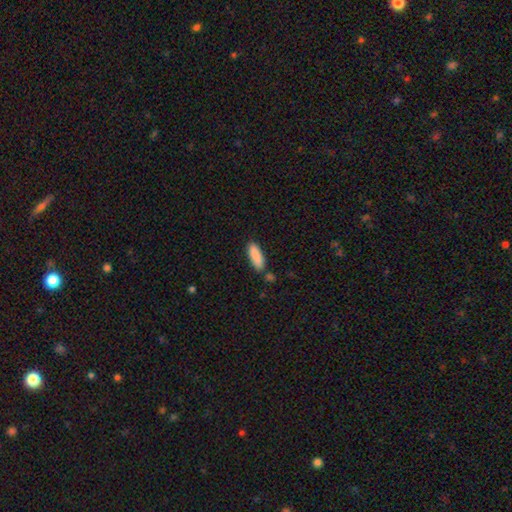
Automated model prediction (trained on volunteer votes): A smooth galaxy with no disk features (89%) that is in between round and cigar-shaped (53%).

Vote fractions:
- Smooth or featured? smooth: 89% / star or artifact: 6% / featured or disk: 5%
- How rounded? in between: 53% / cigar-shaped: 46% / round: 2%
- Merging? none: 78% / minor disturbance: 13% / merger: 6% / major disturbance: 3%